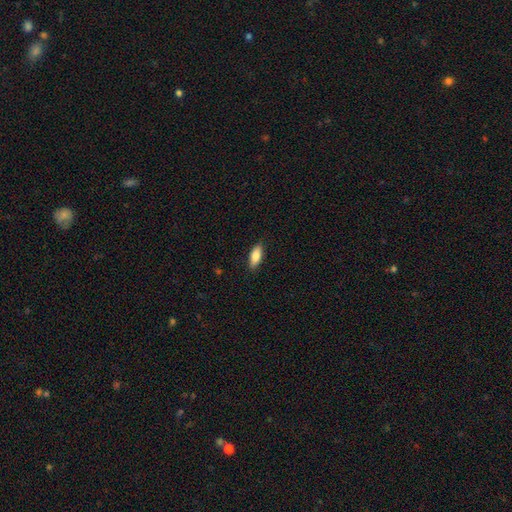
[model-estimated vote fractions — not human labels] A smooth galaxy with no disk features (83%) that is in between round and cigar-shaped (76%). Merging: none (88%).